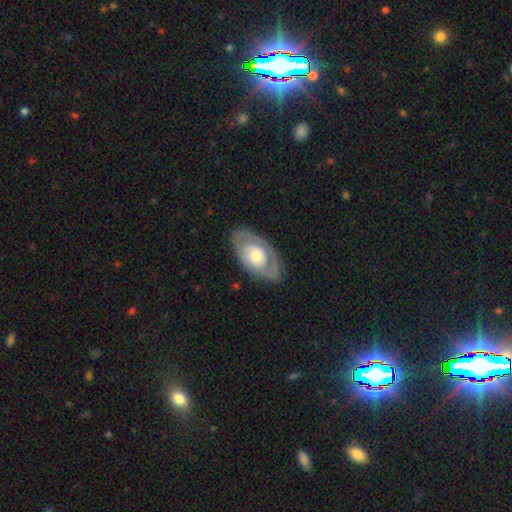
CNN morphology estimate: A featured or disk galaxy (60%) with no bar (85%), no spiral arms (63%) and a moderate central bulge (60%). Merging: none (77%).